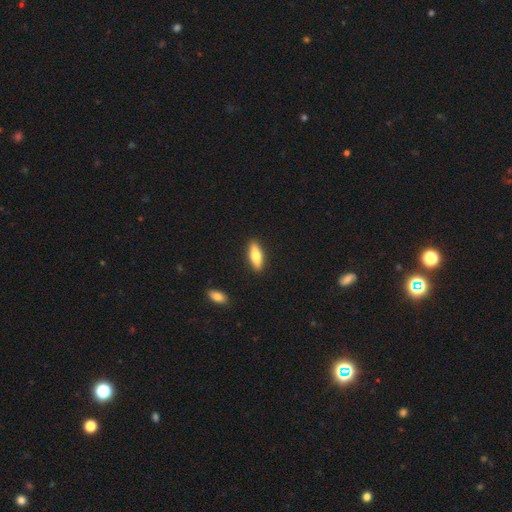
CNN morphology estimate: Overall: smooth (71%). How rounded: in between (58%; cigar-shaped 40%). Merging: none (89%).